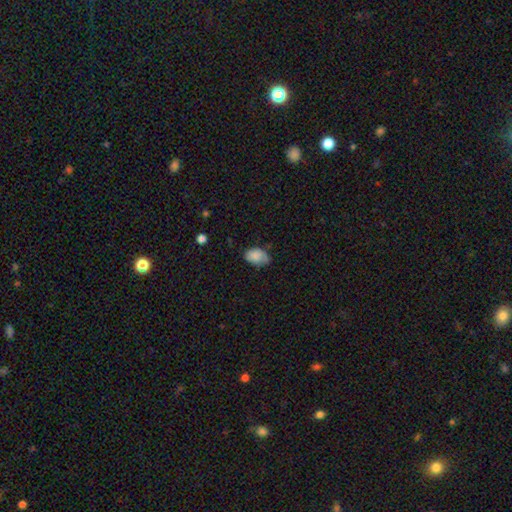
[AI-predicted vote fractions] This appears to be a smooth galaxy with no disk features (82%) that is in between round and cigar-shaped (86%). Merging: none (54%).